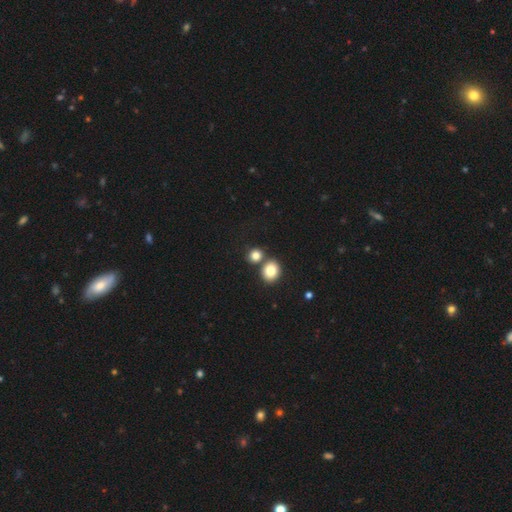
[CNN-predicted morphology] Overall: smooth (82%). How rounded: round (75%). Merging: none (63%; merger 26%).